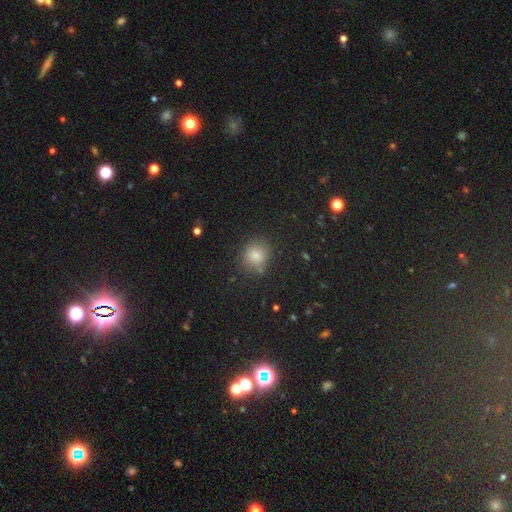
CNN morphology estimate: Smooth or featured: smooth — 81% (star or artifact — 13%)
How rounded: round — 81% (in between — 18%)
Merging: none — 80% (minor disturbance — 12%)